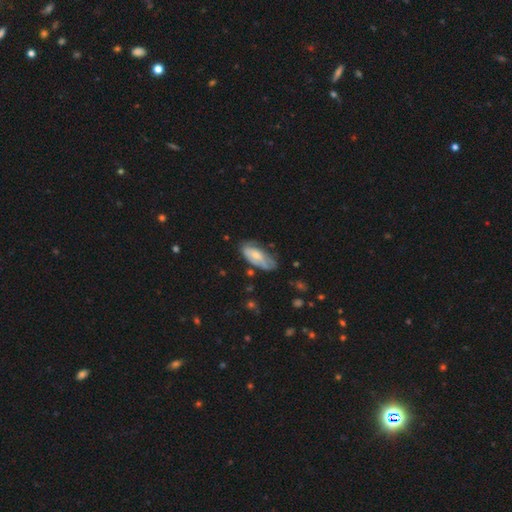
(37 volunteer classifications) Smooth or featured? featured or disk (51%)
Edge-on disk? no (95%)
Bar? no (83%)
Spiral arms? yes (61%)
Spiral winding? tight (55%)
Spiral arm count? can't tell (73%)
Bulge size? moderate (50%)
Merging? none (49%, tied with minor disturbance)